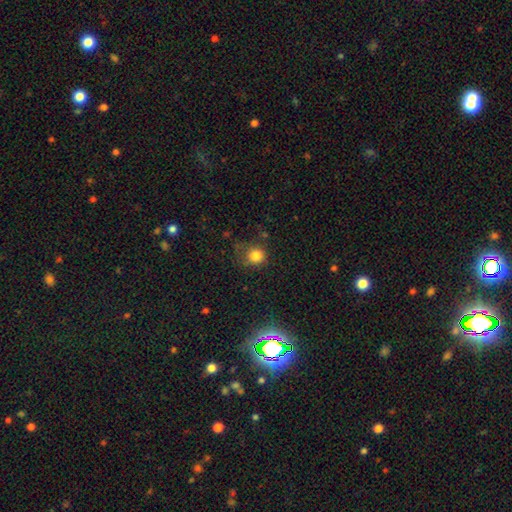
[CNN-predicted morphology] smooth-or-featured: smooth: 81% | star or artifact: 13% | featured or disk: 6%
  how-rounded: round: 87% | in between: 12% | cigar-shaped: 1%
  merging: none: 66% | minor disturbance: 20% | major disturbance: 10% | merger: 3%